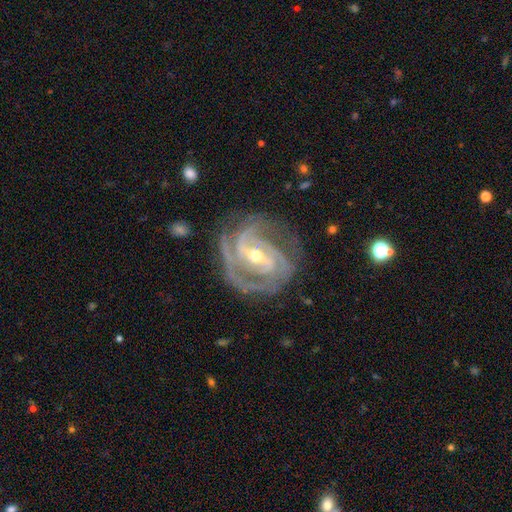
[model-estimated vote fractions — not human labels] Morphology: type=featured or disk (92%); edge-on=no (97%); bar=weak (42%); spiral arms=yes (98%); winding=tight (55%); arm count=3 (42%); bulge=moderate (53%); merging=none (66%).